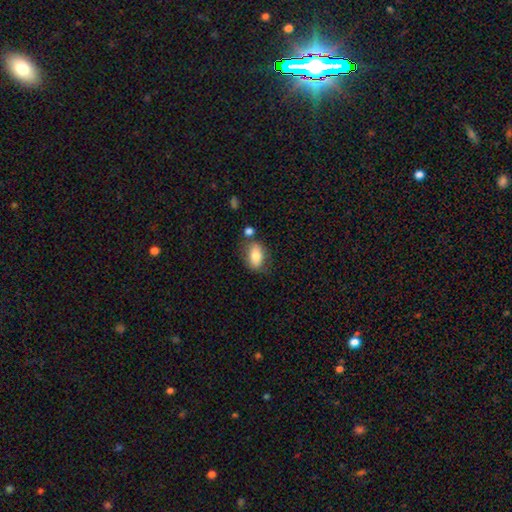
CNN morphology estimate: Smooth or featured?
  - smooth: 77% *
  - featured or disk: 16%
  - star or artifact: 7%
How rounded?
  - in between: 85% *
  - round: 12%
  - cigar-shaped: 3%
Merging?
  - none: 65% *
  - minor disturbance: 18%
  - merger: 12%
  - major disturbance: 6%